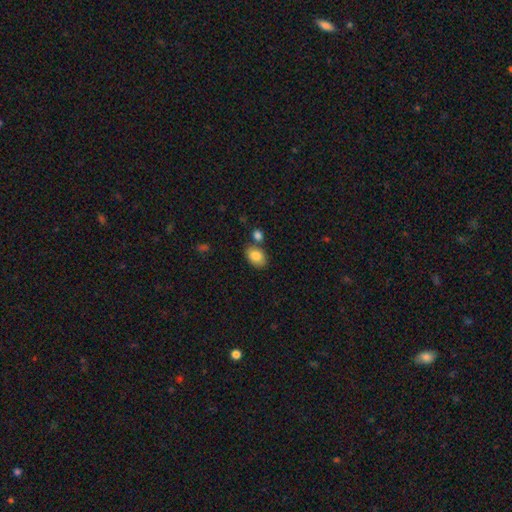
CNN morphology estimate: This is clearly a smooth galaxy (84%). How rounded: clearly in between (81%). Merging: likely none (70%).